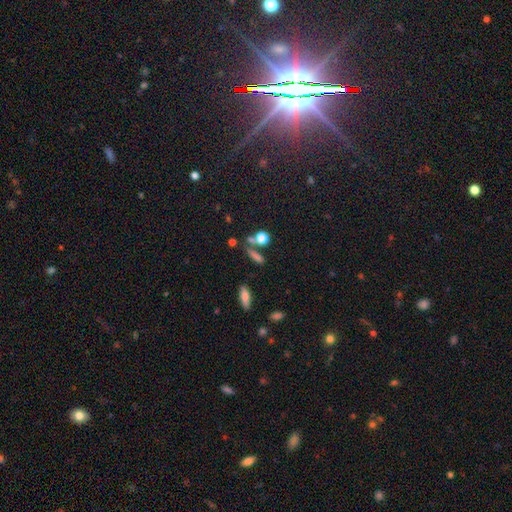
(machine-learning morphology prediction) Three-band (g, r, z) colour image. It shows a smooth galaxy with no disk features (53%) that is round (43%). Merging: none (63%).